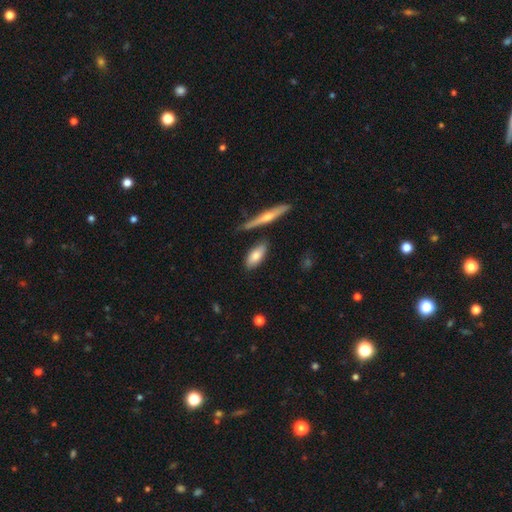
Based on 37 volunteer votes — This appears to be a smooth galaxy with no disk features (73%) that is in between round and cigar-shaped (85%). Merging: none (71%).